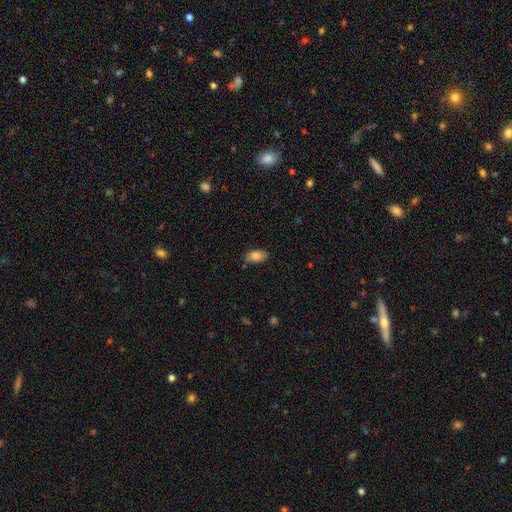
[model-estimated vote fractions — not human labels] A smooth galaxy with no disk features (84%) that is in between round and cigar-shaped (92%). Merging: none (80%).